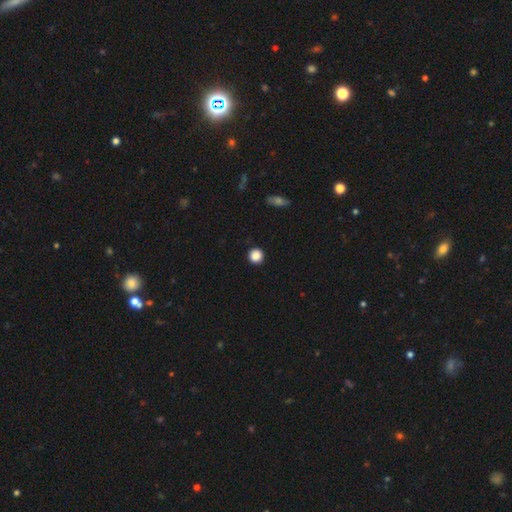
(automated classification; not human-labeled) smooth_or_featured: smooth (p=0.87) [alt: star or artifact p=0.10]
how_rounded: round (p=0.96) [alt: in between p=0.03]
merging: none (p=0.92) [alt: minor disturbance p=0.05]